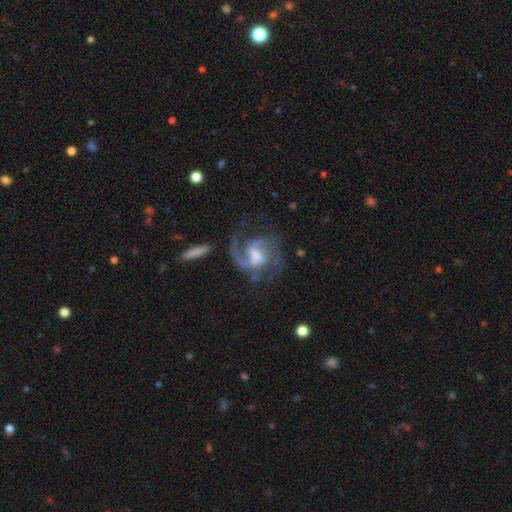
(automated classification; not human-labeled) Overall: featured or disk (86%). Edge-on disk: no (97%). Bar: weak (55%; no 24%). Spiral arms: yes (94%). Spiral arm count: 2 (48%; 1 28%). Spiral winding: medium (52%; loose 28%). Bulge size: moderate (46%; small 26%). Merging: none (52%; major disturbance 28%).